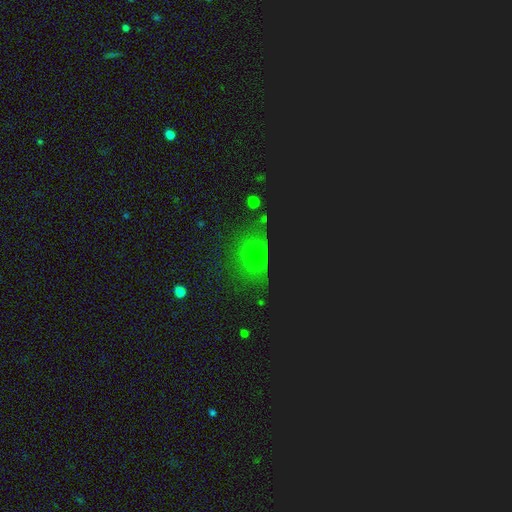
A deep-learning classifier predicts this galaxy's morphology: The model was most divided on "how rounded": in between: 48%, round: 47%, cigar-shaped: 5%. More confident: merging — none (61%); smooth or featured — smooth (53%).